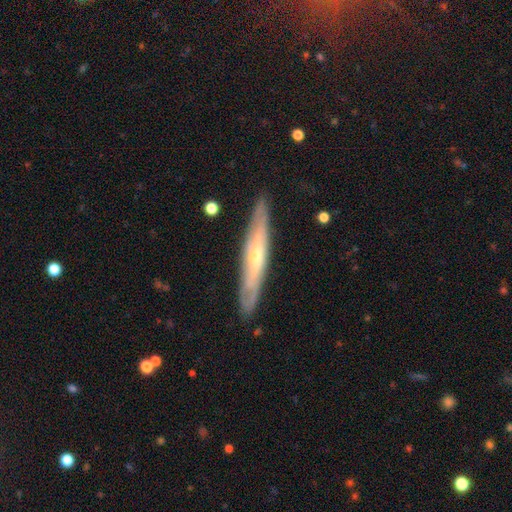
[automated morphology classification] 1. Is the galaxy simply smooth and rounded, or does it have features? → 69% featured or disk, 25% smooth, 6% star or artifact.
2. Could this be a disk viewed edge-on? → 77% yes, 23% no.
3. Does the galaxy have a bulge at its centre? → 67% rounded, 29% none, 4% boxy.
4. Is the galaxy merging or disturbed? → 86% none, 11% minor disturbance, 2% major disturbance, 1% merger.